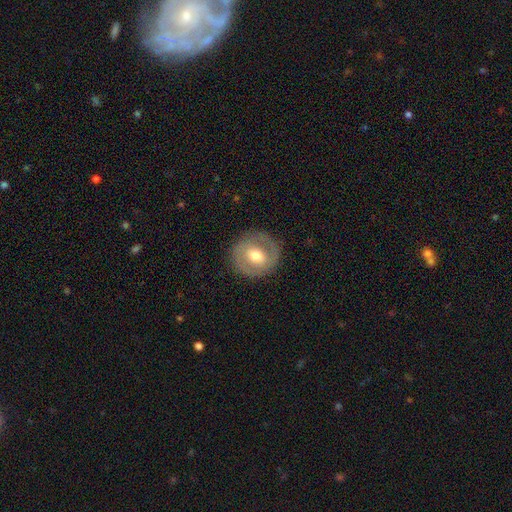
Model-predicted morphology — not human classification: This is possibly a featured or disk galaxy (50%). It is clearly not viewed edge-on (96%). Merging: clearly none (84%).